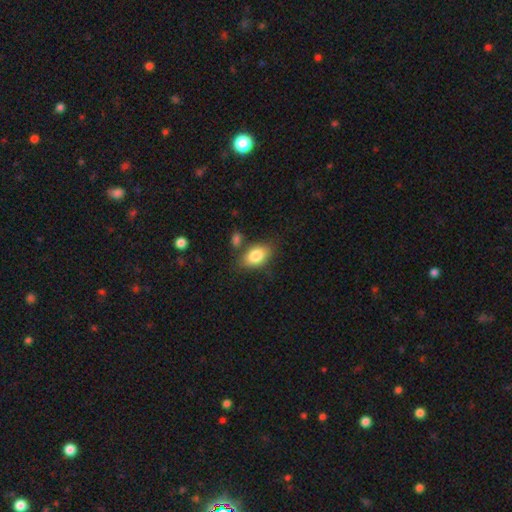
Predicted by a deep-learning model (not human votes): Smooth or featured?
  - smooth: 83% *
  - featured or disk: 9%
  - star or artifact: 7%
How rounded?
  - in between: 88% *
  - round: 10%
  - cigar-shaped: 2%
Merging?
  - none: 71% *
  - minor disturbance: 15%
  - merger: 9%
  - major disturbance: 4%